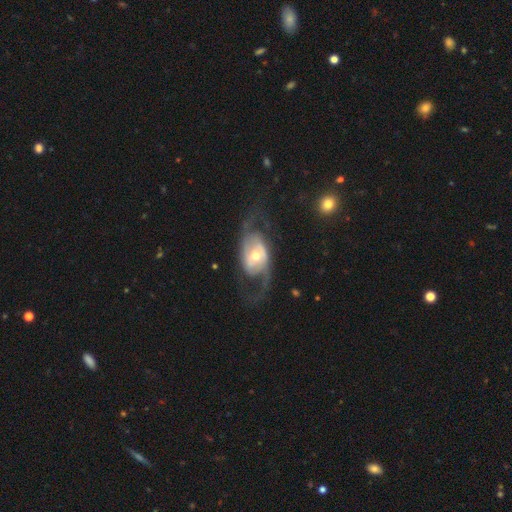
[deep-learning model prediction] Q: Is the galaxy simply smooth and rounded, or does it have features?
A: featured or disk — 83%.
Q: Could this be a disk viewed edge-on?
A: no — 94%.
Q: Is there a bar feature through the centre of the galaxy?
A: no — 53%.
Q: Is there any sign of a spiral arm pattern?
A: yes — 87%.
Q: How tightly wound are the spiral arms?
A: loose — 47%.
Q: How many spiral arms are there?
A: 2 — 86%.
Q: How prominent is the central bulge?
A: moderate — 71%.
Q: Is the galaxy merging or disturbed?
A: none — 61%.